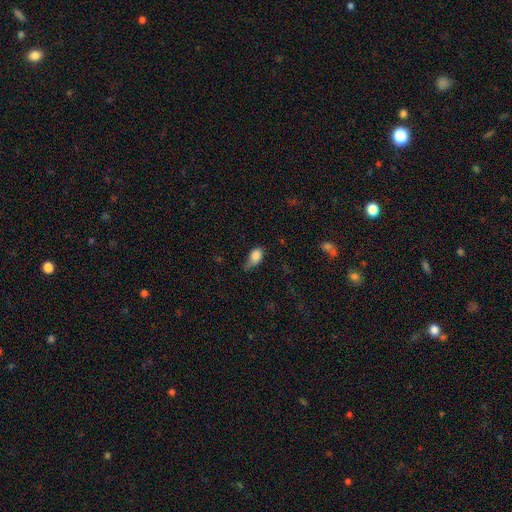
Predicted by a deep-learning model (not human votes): A smooth galaxy with no disk features (82%) that is in between round and cigar-shaped (83%).

Vote fractions:
- Smooth or featured? smooth: 82% / featured or disk: 9% / star or artifact: 9%
- How rounded? in between: 83% / round: 14% / cigar-shaped: 3%
- Merging? minor disturbance: 45% / none: 31% / major disturbance: 20% / merger: 4%